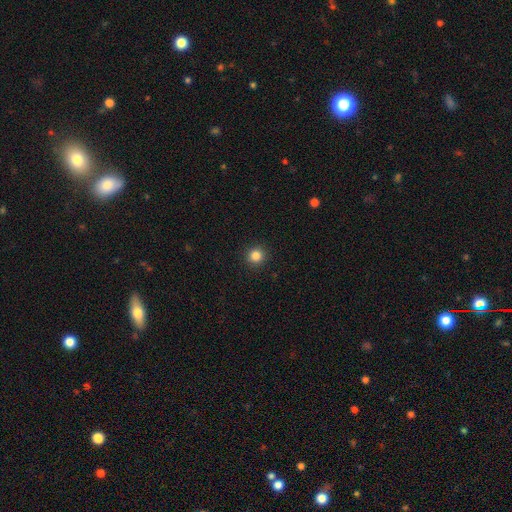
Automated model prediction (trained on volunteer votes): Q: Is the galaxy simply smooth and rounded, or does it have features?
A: smooth — 84%.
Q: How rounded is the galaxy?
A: round — 94%.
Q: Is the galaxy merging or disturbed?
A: none — 93%.